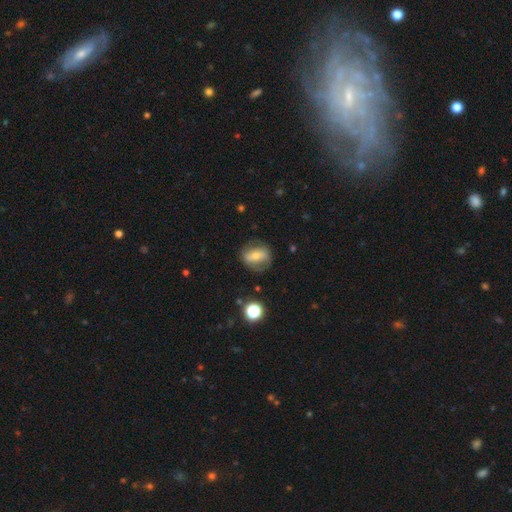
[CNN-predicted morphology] type=smooth (48%); merging=none (71%).